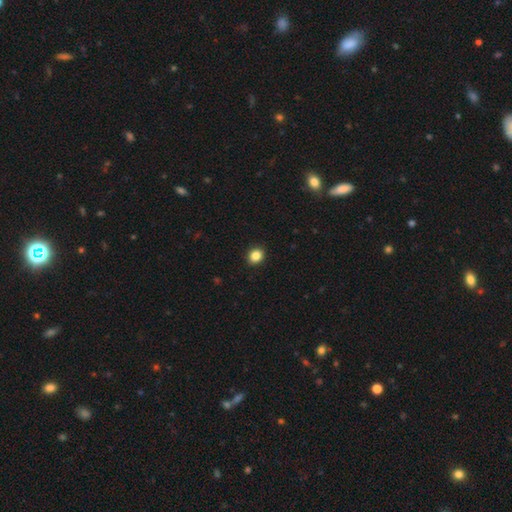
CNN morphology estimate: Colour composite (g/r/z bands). It shows a smooth galaxy with no disk features (86%) that is round (65%). Merging: none (92%).